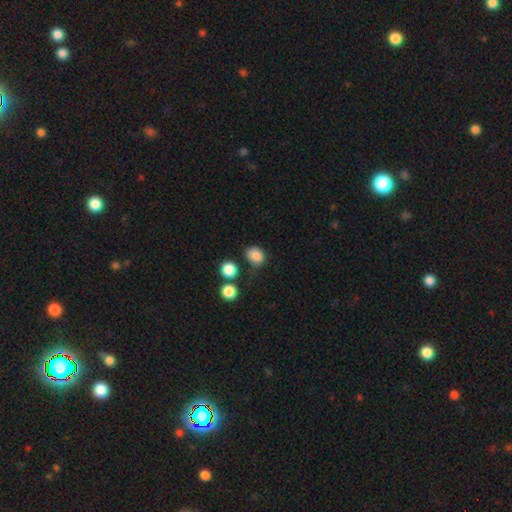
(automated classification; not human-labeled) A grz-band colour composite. It shows a smooth galaxy with no disk features (84%) that is round (55%). Merging: none (64%).